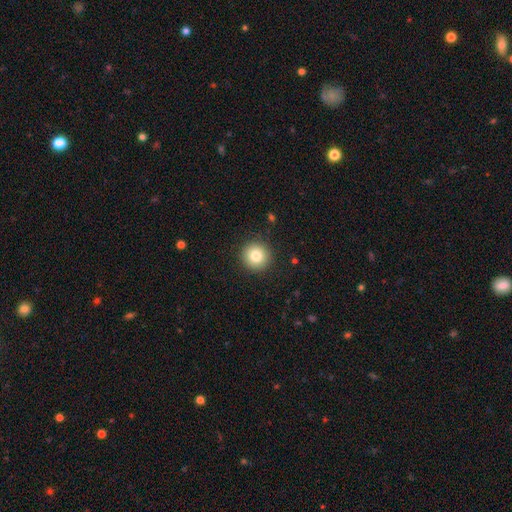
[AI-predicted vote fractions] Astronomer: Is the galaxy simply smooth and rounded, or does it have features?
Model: smooth — 82%.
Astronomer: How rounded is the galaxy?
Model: round — 95%.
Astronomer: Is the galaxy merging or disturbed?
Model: none — 91%.